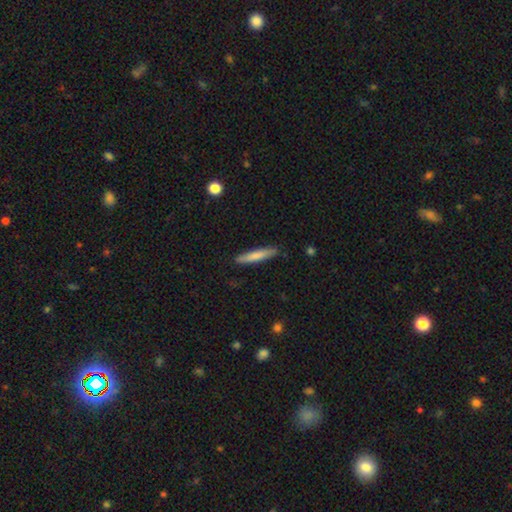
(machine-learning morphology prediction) smooth 76%, featured or disk 19%, star or artifact 5%. Down the decision tree: how rounded — cigar-shaped (92%); merging — none (89%).